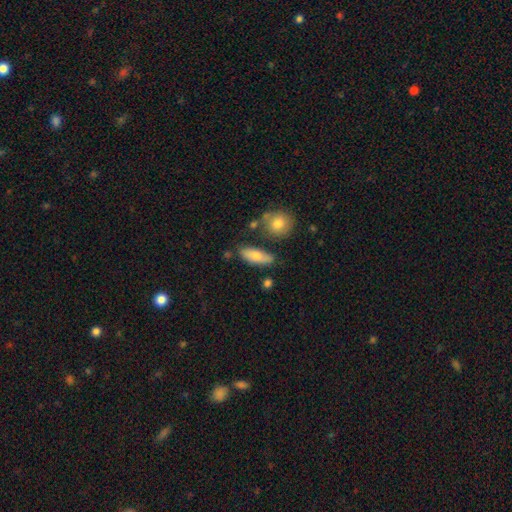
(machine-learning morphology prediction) type=smooth (75%); roundness=in between (69%); merging=none (69%).